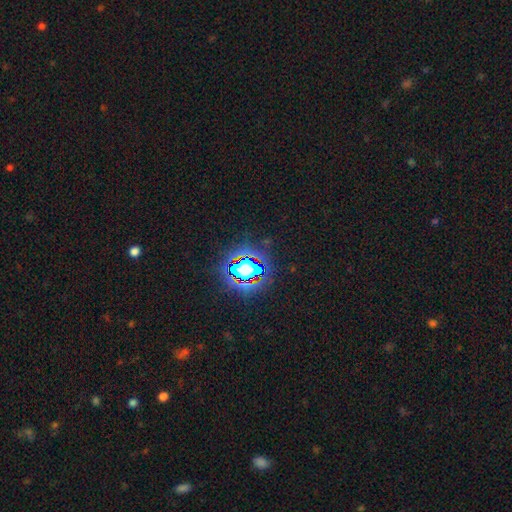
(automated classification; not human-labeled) Smooth or featured: star or artifact — 82% (smooth — 11%)